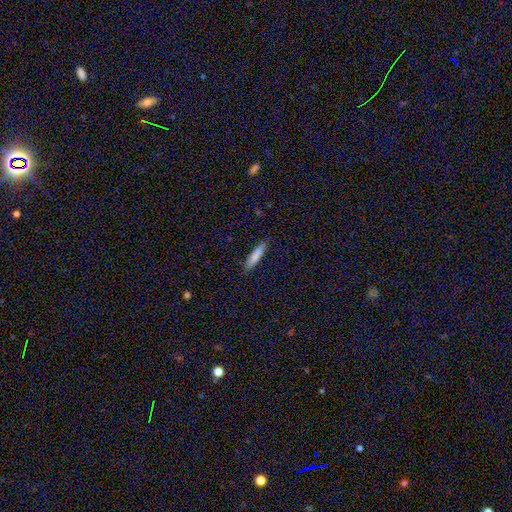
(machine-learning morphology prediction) smooth-or-featured: smooth: 82% | featured or disk: 12% | star or artifact: 6%
  how-rounded: cigar-shaped: 85% | in between: 14% | round: 1%
  merging: none: 88% | minor disturbance: 9% | major disturbance: 2% | merger: 1%